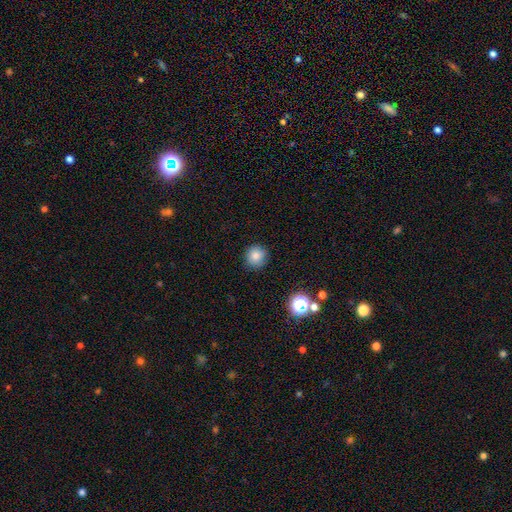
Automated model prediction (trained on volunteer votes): smooth_or_featured: smooth (p=0.81) [alt: star or artifact p=0.13]
how_rounded: round (p=0.92) [alt: in between p=0.07]
merging: none (p=0.86) [alt: minor disturbance p=0.10]